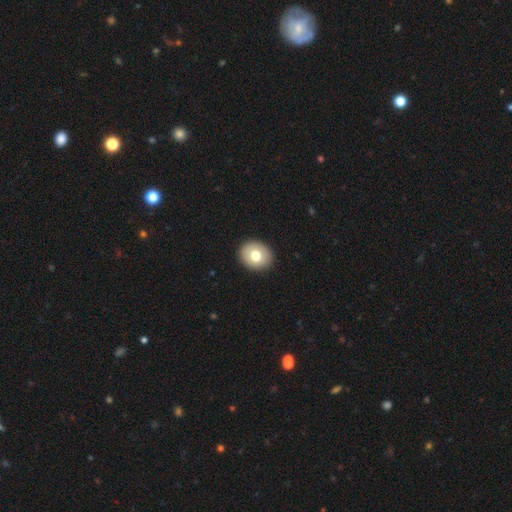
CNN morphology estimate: The model was most divided on "how rounded": round: 61%, in between: 38%, cigar-shaped: 1%. More confident: merging — none (92%); smooth or featured — smooth (75%).